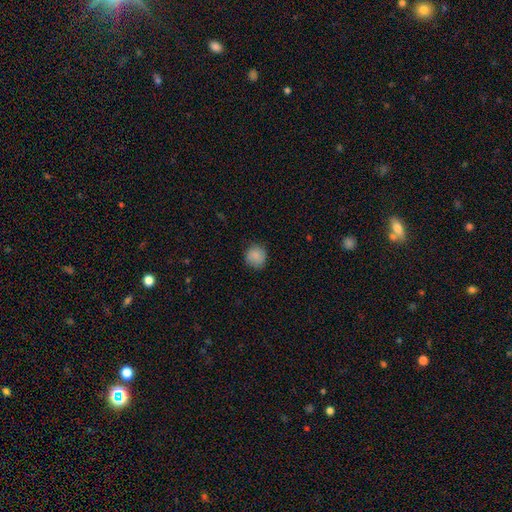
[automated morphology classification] smooth-or-featured: smooth: 86% | star or artifact: 8% | featured or disk: 6%
  how-rounded: round: 90% | in between: 10% | cigar-shaped: 1%
  merging: none: 82% | minor disturbance: 14% | major disturbance: 3% | merger: 1%